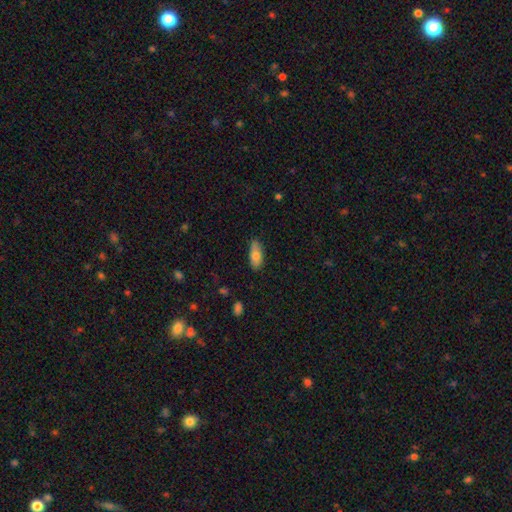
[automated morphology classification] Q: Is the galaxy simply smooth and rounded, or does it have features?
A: smooth — 77%.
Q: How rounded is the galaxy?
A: in between — 82%.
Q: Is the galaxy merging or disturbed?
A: none — 80%.